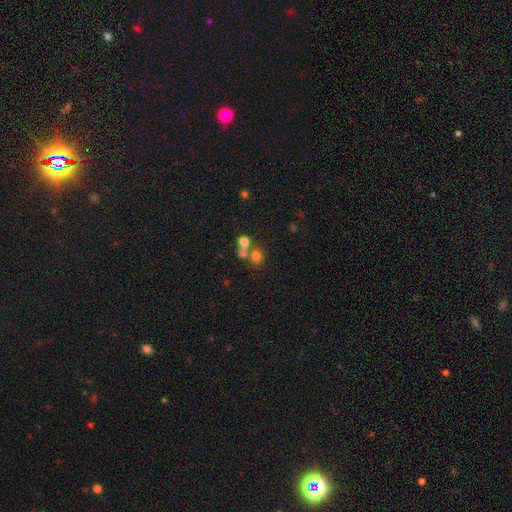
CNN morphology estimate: The model was most divided on "merging" (2-way tie): none: 45%, merger: 45%, minor disturbance: 7%, major disturbance: 4%. More confident: how rounded — round (79%); smooth or featured — smooth (53%).